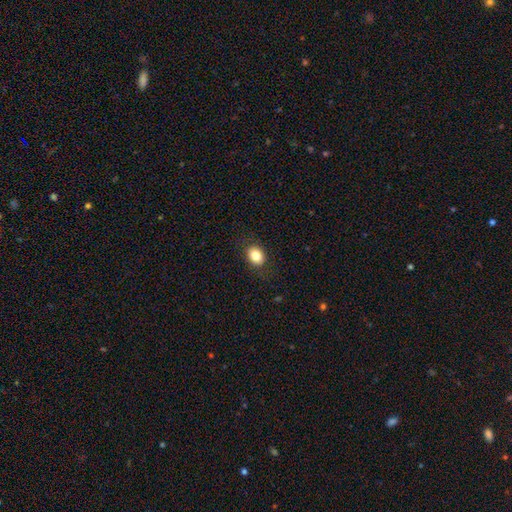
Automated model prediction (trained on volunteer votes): A smooth galaxy with no disk features (84%) that is in between round and cigar-shaped (60%).

Vote fractions:
- Smooth or featured? smooth: 84% / star or artifact: 9% / featured or disk: 7%
- How rounded? in between: 60% / round: 39% / cigar-shaped: 1%
- Merging? none: 85% / minor disturbance: 10% / major disturbance: 3% / merger: 1%